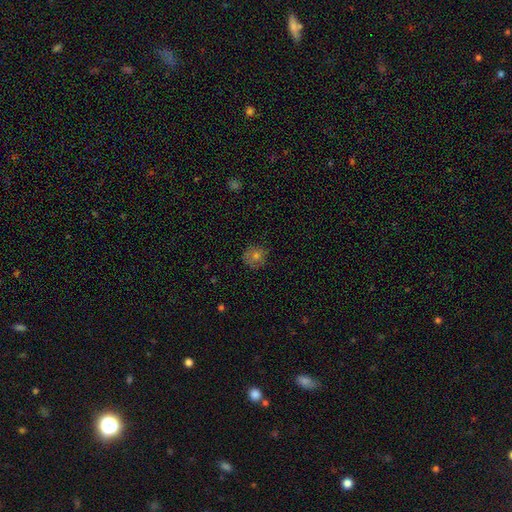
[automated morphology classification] smooth_or_featured: smooth (p=0.67) [alt: featured or disk p=0.19]
how_rounded: round (p=0.88) [alt: in between p=0.11]
merging: none (p=0.78) [alt: minor disturbance p=0.16]